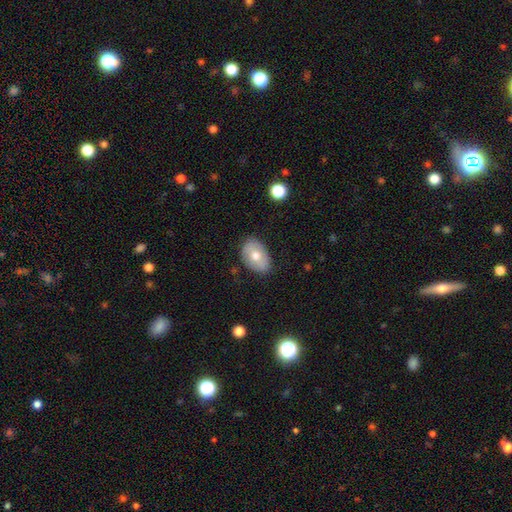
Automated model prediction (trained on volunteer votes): A smooth galaxy with no disk features (67%) that is in between round and cigar-shaped (85%).

Vote fractions:
- Smooth or featured? smooth: 67% / featured or disk: 26% / star or artifact: 7%
- How rounded? in between: 85% / round: 14% / cigar-shaped: 1%
- Merging? none: 81% / minor disturbance: 15% / major disturbance: 3% / merger: 1%